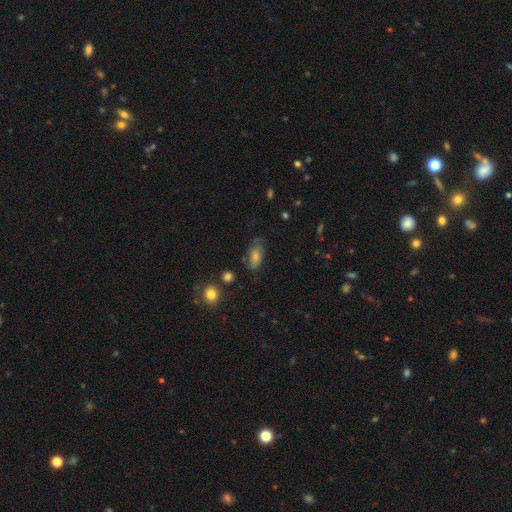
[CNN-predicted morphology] Smooth or featured?
  - smooth: 57% *
  - featured or disk: 28%
  - star or artifact: 15%
How rounded?
  - in between: 84% *
  - cigar-shaped: 9%
  - round: 8%
Merging?
  - none: 63% *
  - minor disturbance: 24%
  - major disturbance: 10%
  - merger: 3%